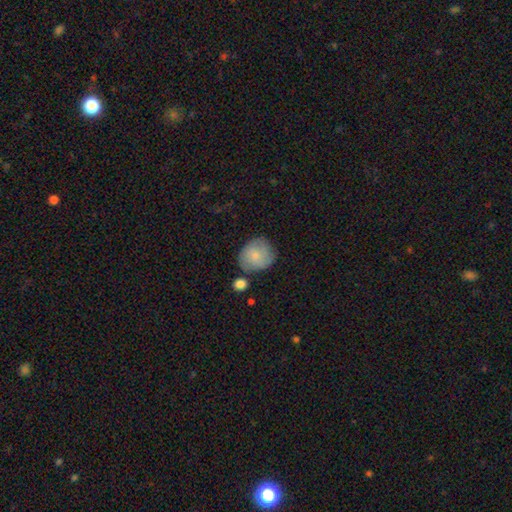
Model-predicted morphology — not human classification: type=smooth (76%); roundness=round (78%); merging=none (63%).